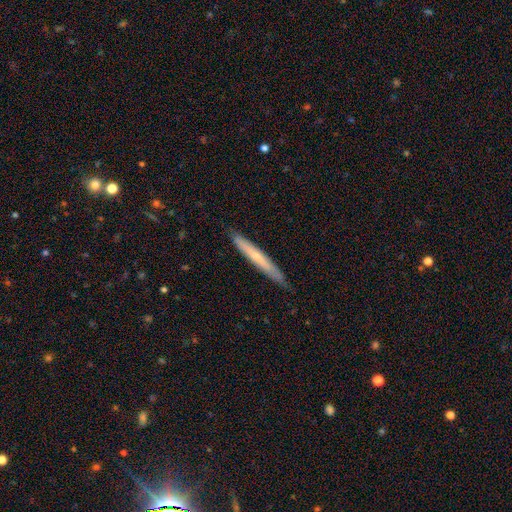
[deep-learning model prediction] Q: Smooth or featured?
A: smooth (51%); runner-up: featured or disk (43%)
Q: How rounded?
A: cigar-shaped (96%); runner-up: in between (3%)
Q: Merging?
A: none (86%); runner-up: minor disturbance (11%)